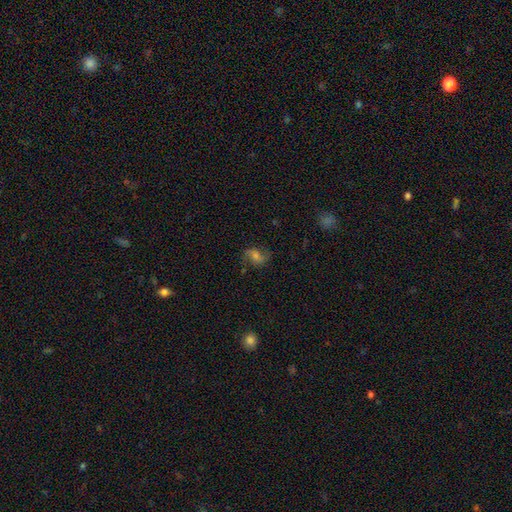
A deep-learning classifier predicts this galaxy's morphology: A featured or disk galaxy (59%) with no bar (48%), 2 (88%) loose (45%) spiral arms (91%) and a moderate central bulge (48%). Merging: none (75%).